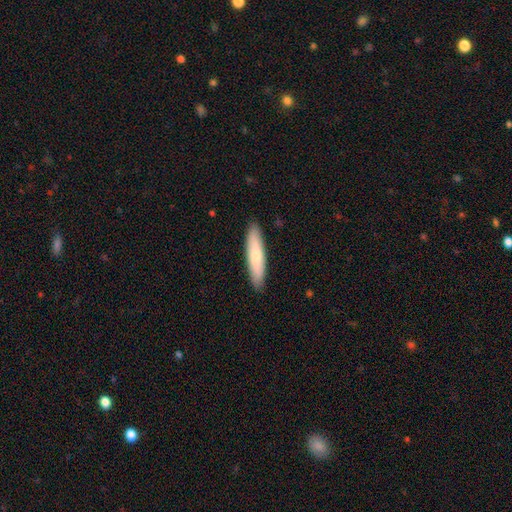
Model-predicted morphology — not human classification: Smooth or featured?
  - smooth: 72% *
  - featured or disk: 23%
  - star or artifact: 5%
How rounded?
  - cigar-shaped: 80% *
  - in between: 18%
  - round: 1%
Merging?
  - none: 90% *
  - minor disturbance: 7%
  - major disturbance: 1%
  - merger: 1%